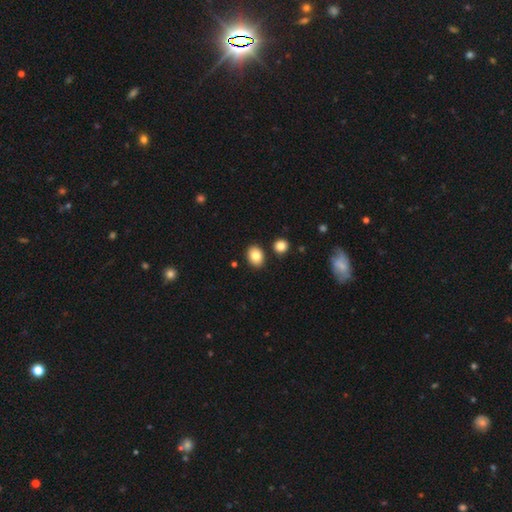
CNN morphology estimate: type=smooth (83%); roundness=in between (62%); merging=none (85%).